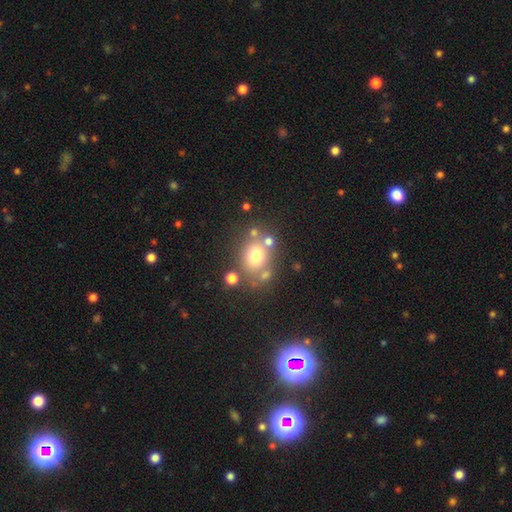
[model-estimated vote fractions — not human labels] A smooth galaxy with no disk features (69%) that is round (66%). Merging: none (65%).